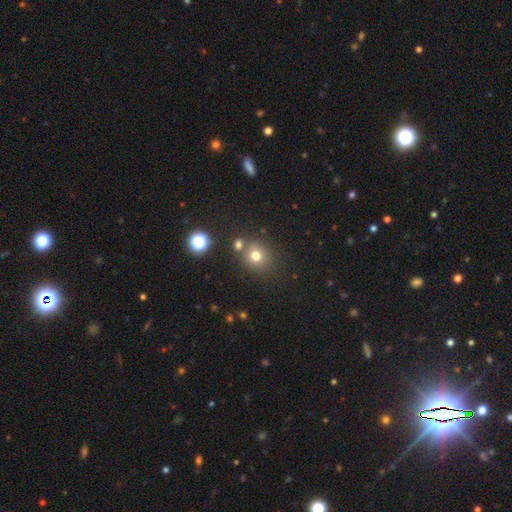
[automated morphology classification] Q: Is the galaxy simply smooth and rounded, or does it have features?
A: smooth — 74%.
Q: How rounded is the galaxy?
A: round — 86%.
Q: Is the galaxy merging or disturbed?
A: none — 71%.